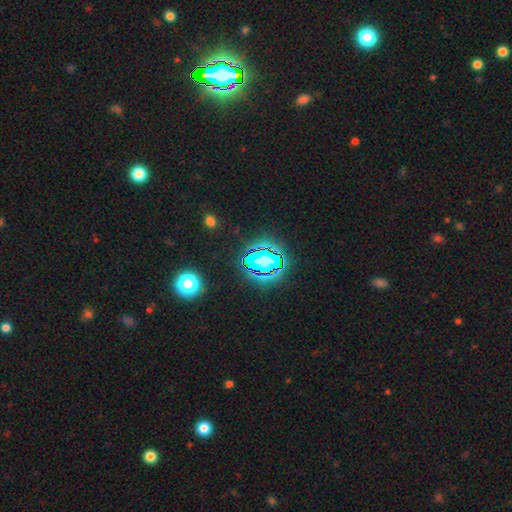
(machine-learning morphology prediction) type=star or artifact (76%).